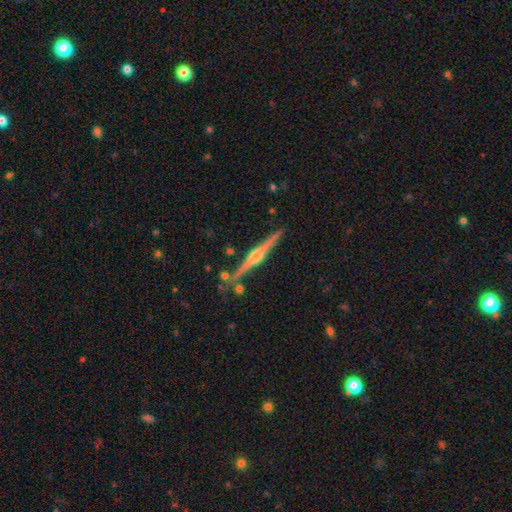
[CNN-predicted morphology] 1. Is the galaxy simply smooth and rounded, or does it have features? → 84% featured or disk, 9% smooth, 6% star or artifact.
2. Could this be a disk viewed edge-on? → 98% yes, 2% no.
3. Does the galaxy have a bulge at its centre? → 87% rounded, 9% boxy, 4% none.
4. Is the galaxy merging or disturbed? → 84% none, 9% minor disturbance, 4% merger, 2% major disturbance.